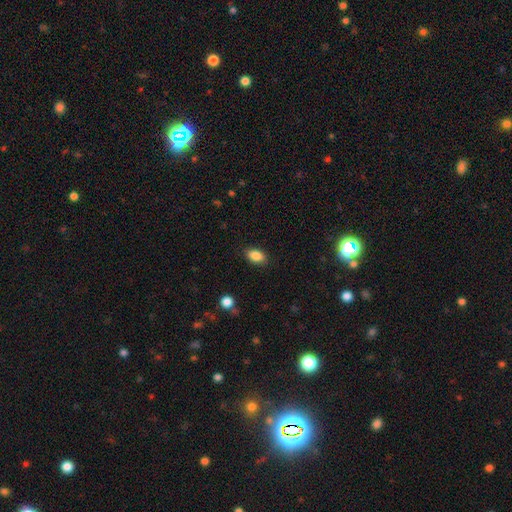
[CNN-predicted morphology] Smooth or featured?
  - smooth: 87% *
  - star or artifact: 8%
  - featured or disk: 5%
How rounded?
  - in between: 89% *
  - round: 9%
  - cigar-shaped: 2%
Merging?
  - none: 87% *
  - minor disturbance: 10%
  - major disturbance: 2%
  - merger: 1%